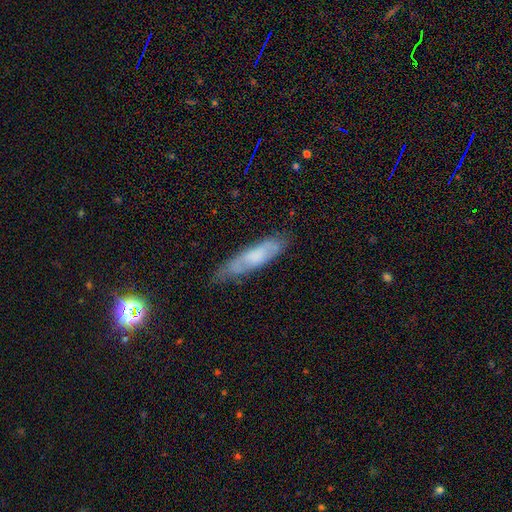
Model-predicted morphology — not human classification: Smooth or featured?
  - smooth: 56% *
  - featured or disk: 36%
  - star or artifact: 7%
How rounded?
  - cigar-shaped: 69% *
  - in between: 29%
  - round: 2%
Merging?
  - none: 63% *
  - minor disturbance: 27%
  - major disturbance: 8%
  - merger: 2%